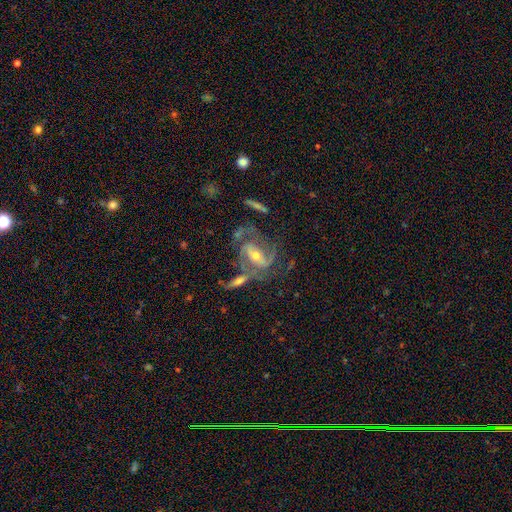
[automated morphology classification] A featured or disk galaxy (85%) with a strong bar (39%), 2 (58%) medium (48%) spiral arms (93%) and a moderate central bulge (50%). Merging: none (43%).